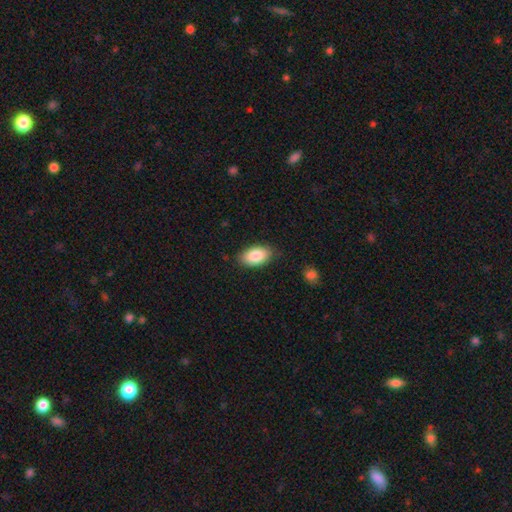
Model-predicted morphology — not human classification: Overall: smooth (86%). How rounded: in between (94%). Merging: none (84%).